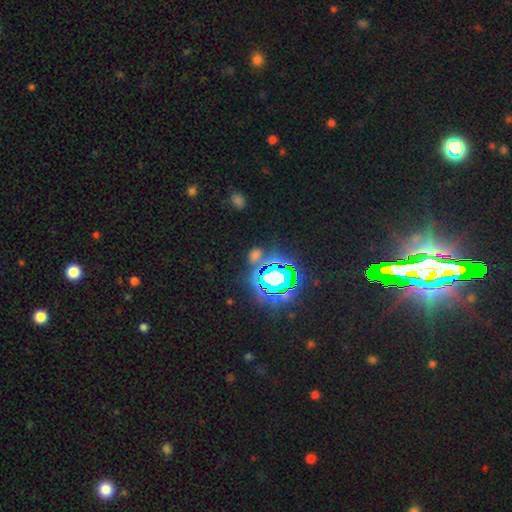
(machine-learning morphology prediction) Smooth or featured? Predicted: star or artifact (p=0.60).